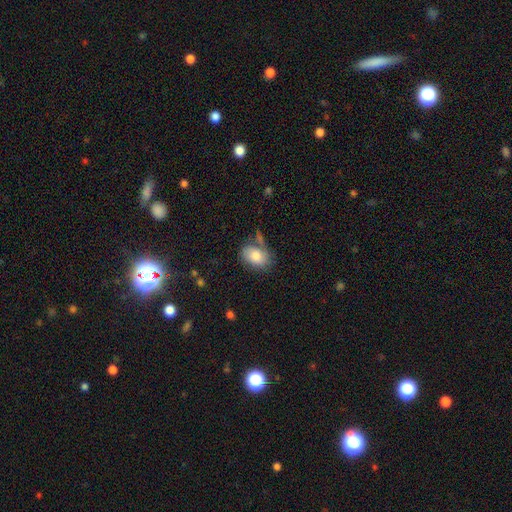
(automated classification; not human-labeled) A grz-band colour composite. It shows a smooth galaxy with no disk features (79%) that is in between round and cigar-shaped (83%). Merging: none (56%).